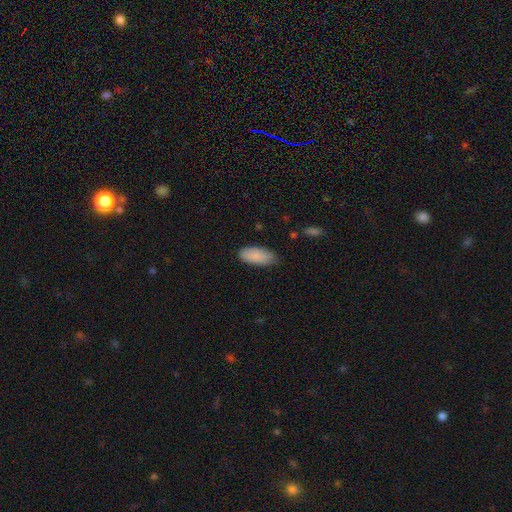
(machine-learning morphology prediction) Overall: smooth (88%). How rounded: in between (88%). Merging: none (74%).